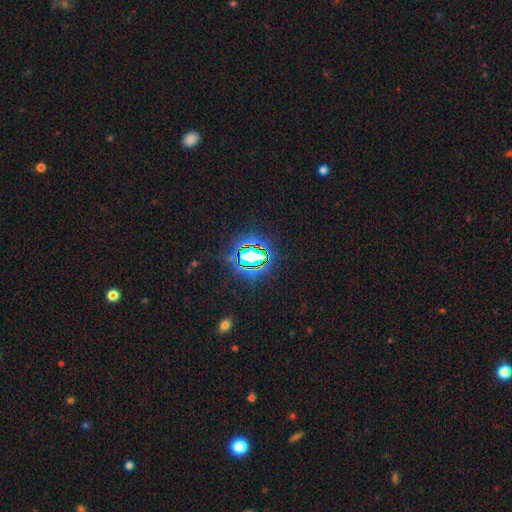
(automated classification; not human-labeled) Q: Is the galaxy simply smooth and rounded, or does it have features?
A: star or artifact — 72%.